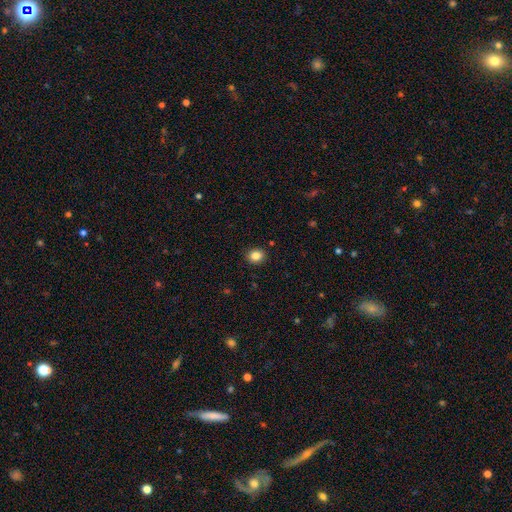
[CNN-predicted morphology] Smooth or featured? Predicted: smooth (p=0.86). How rounded? Predicted: round (p=0.67). Merging? Predicted: none (p=0.90).